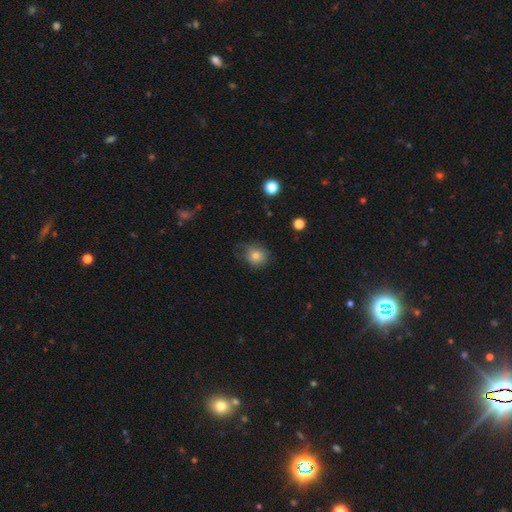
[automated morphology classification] Smooth or featured? Predicted: smooth (p=0.82). How rounded? Predicted: round (p=0.79). Merging? Predicted: none (p=0.63).